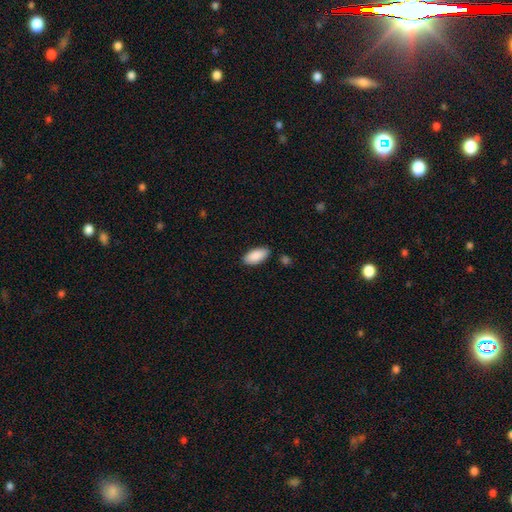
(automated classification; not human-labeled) smooth_or_featured: smooth (p=0.90) [alt: star or artifact p=0.06]
how_rounded: in between (p=0.92) [alt: cigar-shaped p=0.06]
merging: none (p=0.83) [alt: minor disturbance p=0.12]